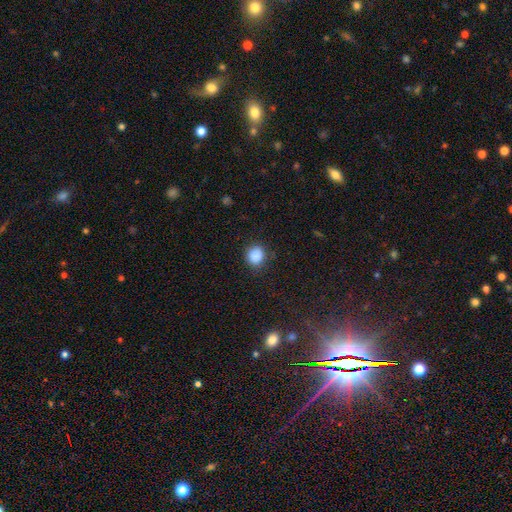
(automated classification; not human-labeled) Smooth or featured? Predicted: smooth (p=0.87). How rounded? Predicted: round (p=0.75). Merging? Predicted: none (p=0.83).